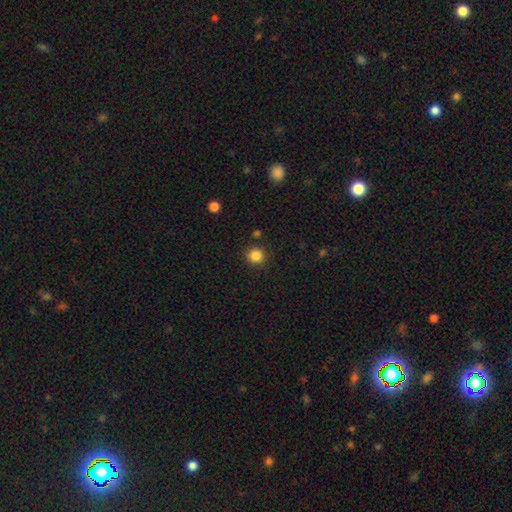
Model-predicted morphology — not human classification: smooth 85%, star or artifact 12%, featured or disk 4%. Down the decision tree: how rounded — round (94%); merging — none (90%).